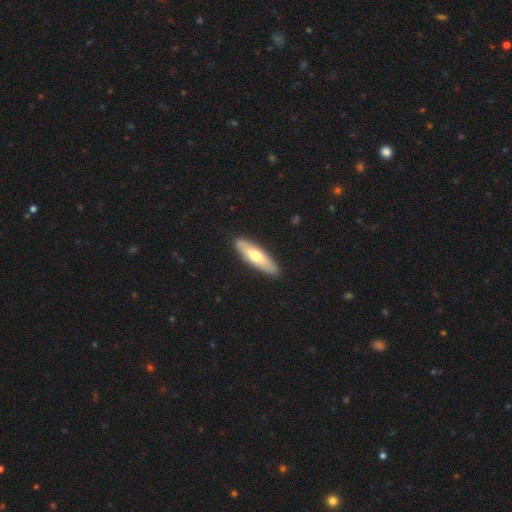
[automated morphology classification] A smooth galaxy with no disk features (58%) that is cigar-shaped (59%). Merging: none (89%).